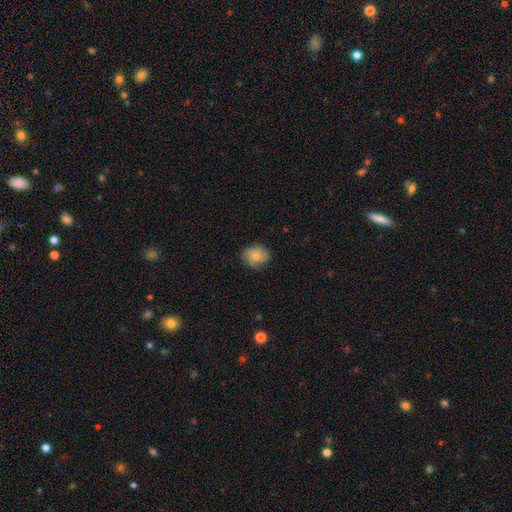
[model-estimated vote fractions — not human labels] This is likely a smooth galaxy (77%). How rounded: possibly round (57%). Merging: likely none (71%).